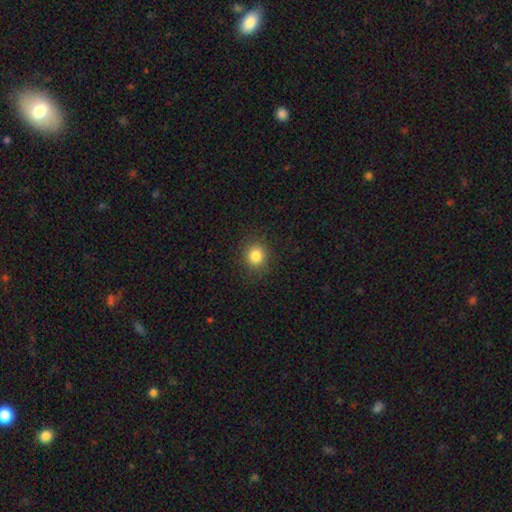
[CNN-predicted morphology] A smooth galaxy with no disk features (83%) that is round (85%). Merging: none (89%).